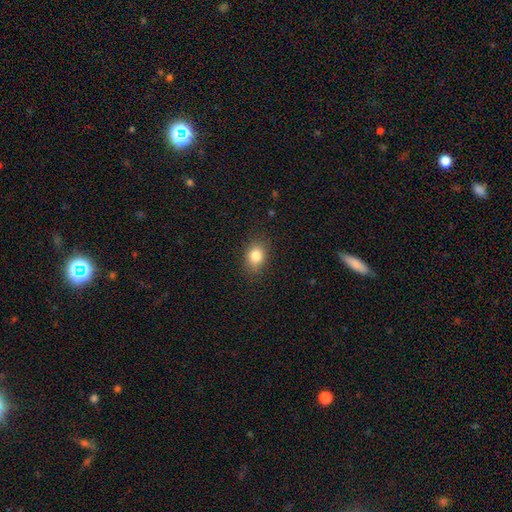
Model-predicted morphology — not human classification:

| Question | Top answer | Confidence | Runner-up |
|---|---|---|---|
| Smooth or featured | smooth | 83% | star or artifact (10%) |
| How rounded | in between | 64% | round (35%) |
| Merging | none | 86% | minor disturbance (10%) |